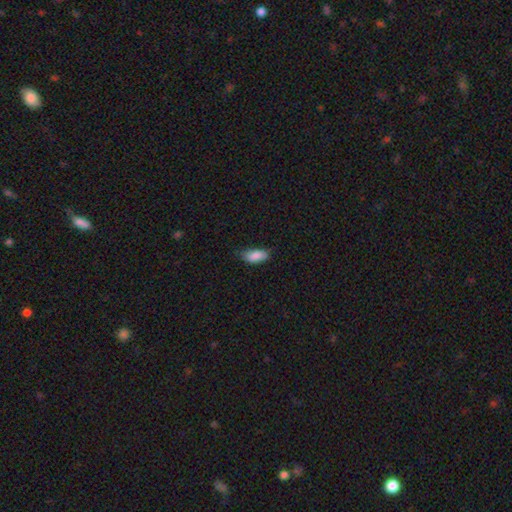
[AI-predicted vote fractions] Q: Smooth or featured?
A: smooth (86%); runner-up: star or artifact (7%)
Q: How rounded?
A: in between (88%); runner-up: cigar-shaped (9%)
Q: Merging?
A: none (63%); runner-up: minor disturbance (31%)